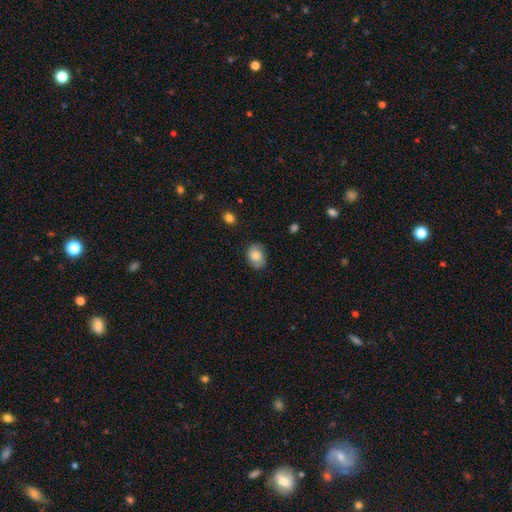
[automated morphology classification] Smooth or featured? smooth (80%)
How rounded? in between (73%)
Merging? none (75%)